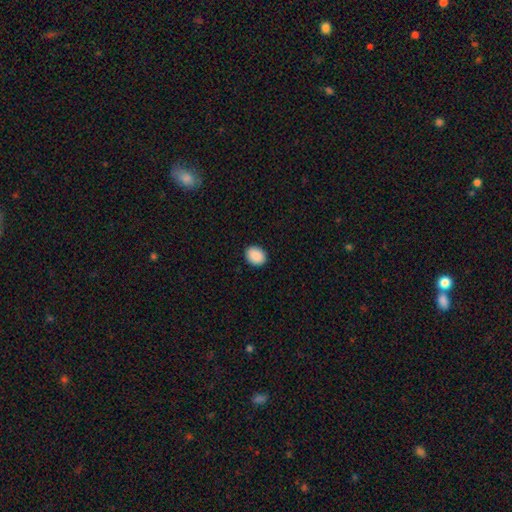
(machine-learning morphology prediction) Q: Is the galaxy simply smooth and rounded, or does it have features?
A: smooth — 90%.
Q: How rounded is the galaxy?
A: in between — 53%.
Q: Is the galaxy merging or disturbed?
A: none — 90%.